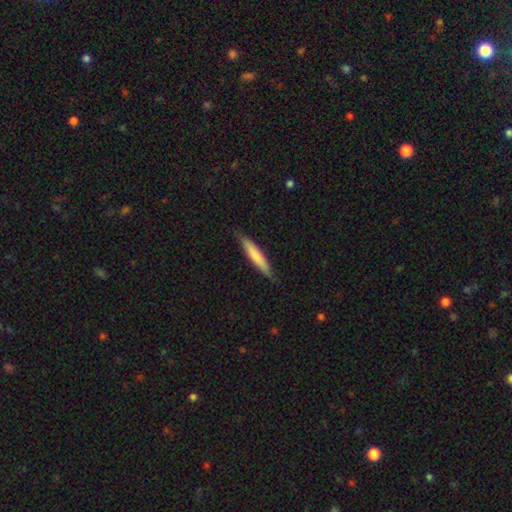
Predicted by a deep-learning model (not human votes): Smooth or featured?
  - smooth: 69% *
  - featured or disk: 26%
  - star or artifact: 5%
How rounded?
  - cigar-shaped: 91% *
  - in between: 7%
  - round: 1%
Merging?
  - none: 83% *
  - minor disturbance: 13%
  - major disturbance: 2%
  - merger: 1%